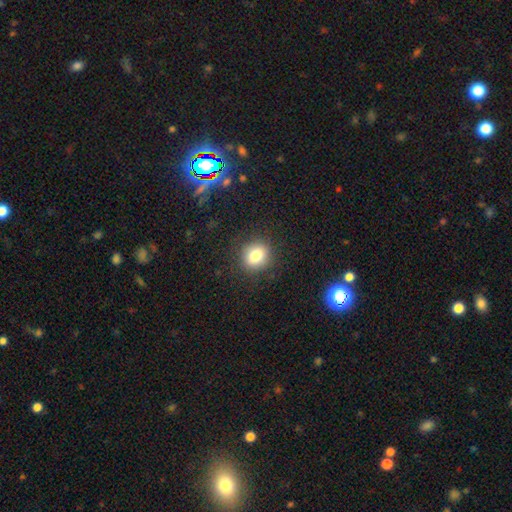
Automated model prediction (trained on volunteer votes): smooth 81%, star or artifact 11%, featured or disk 8%. Down the decision tree: how rounded — round (68%); merging — none (87%).